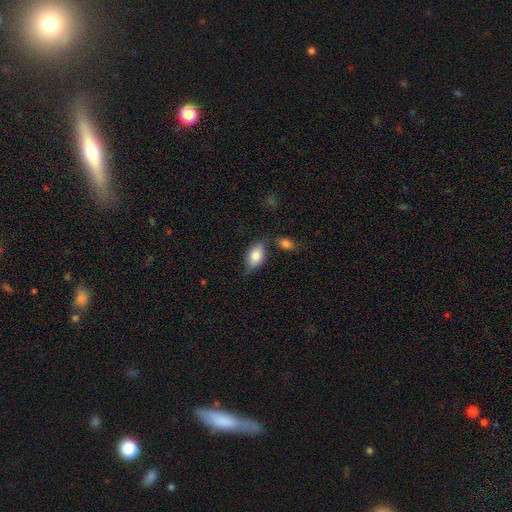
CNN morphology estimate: A smooth galaxy with no disk features (79%) that is in between round and cigar-shaped (90%). Merging: none (63%).